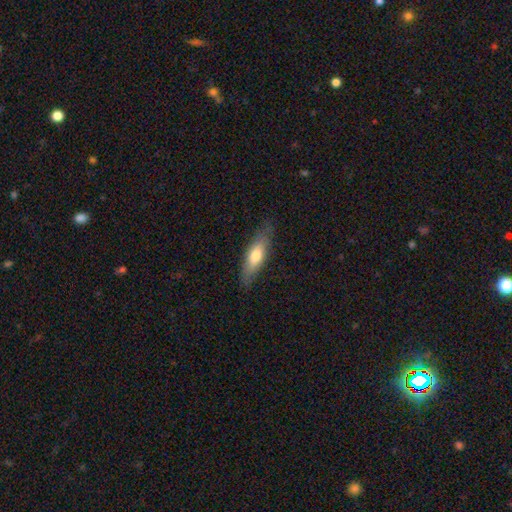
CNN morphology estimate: The model was most divided on "how rounded": cigar-shaped: 50%, in between: 48%, round: 2%. More confident: merging — none (81%); smooth or featured — smooth (65%).